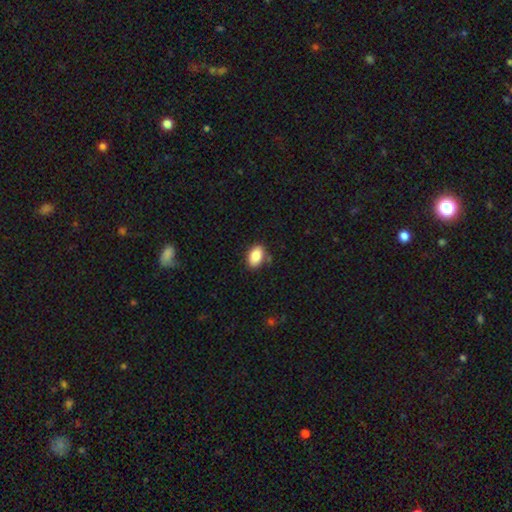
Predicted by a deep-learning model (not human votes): Morphology: type=smooth (86%); roundness=in between (89%); merging=none (80%).